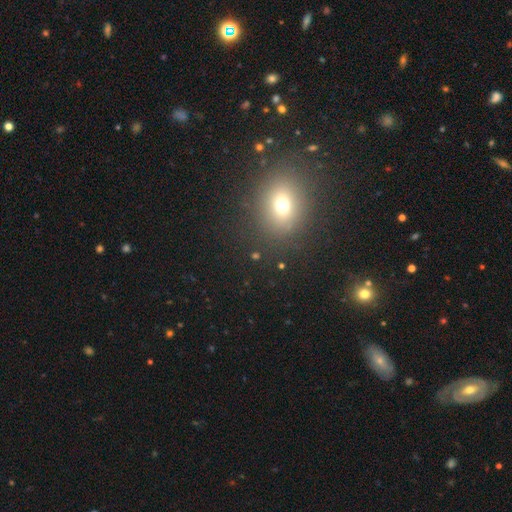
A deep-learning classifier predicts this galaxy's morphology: Smooth or featured: smooth — 59% (star or artifact — 30%)
How rounded: round — 68% (in between — 30%)
Merging: none — 84% (minor disturbance — 9%)